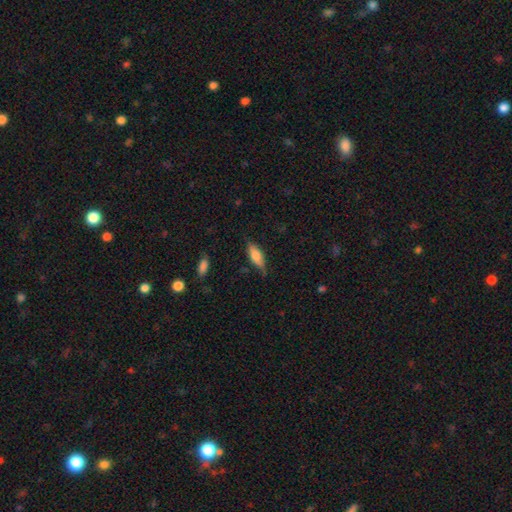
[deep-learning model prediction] smooth-or-featured: smooth: 72% | featured or disk: 21% | star or artifact: 7%
  how-rounded: in between: 68% | cigar-shaped: 30% | round: 2%
  merging: none: 68% | minor disturbance: 25% | major disturbance: 5% | merger: 2%